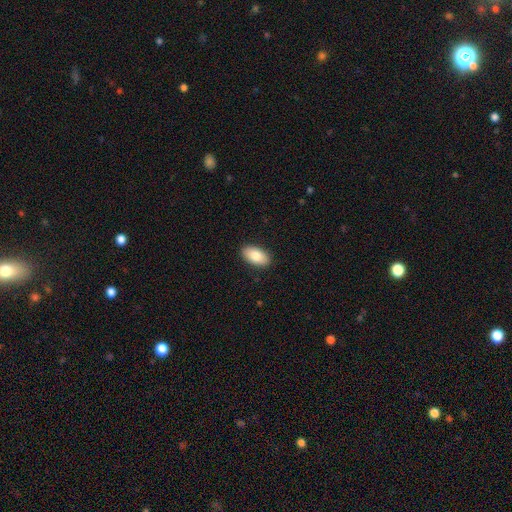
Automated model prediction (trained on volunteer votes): smooth_or_featured: smooth (p=0.84) [alt: featured or disk p=0.10]
how_rounded: in between (p=0.94) [alt: round p=0.03]
merging: none (p=0.89) [alt: minor disturbance p=0.08]